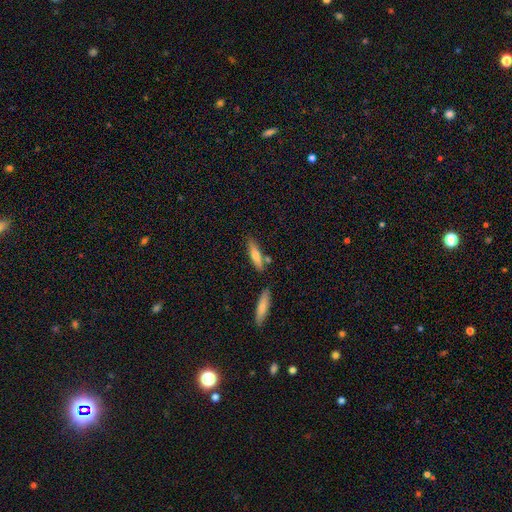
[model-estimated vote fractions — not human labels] Smooth or featured?
  - smooth: 70% *
  - featured or disk: 24%
  - star or artifact: 6%
How rounded?
  - cigar-shaped: 72% *
  - in between: 26%
  - round: 2%
Merging?
  - none: 72% *
  - minor disturbance: 13%
  - merger: 12%
  - major disturbance: 3%